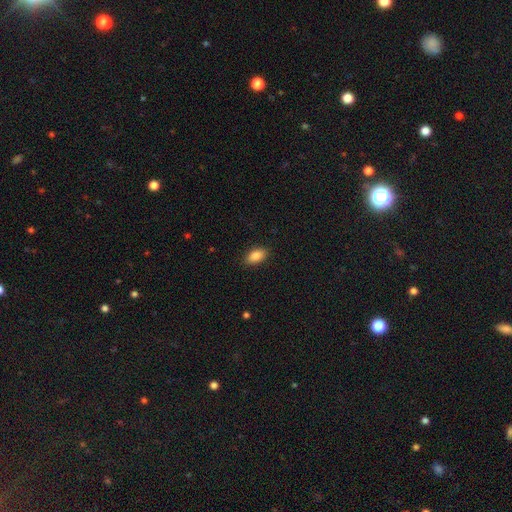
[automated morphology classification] A smooth galaxy with no disk features (88%) that is in between round and cigar-shaped (92%).

Vote fractions:
- Smooth or featured? smooth: 88% / star or artifact: 7% / featured or disk: 5%
- How rounded? in between: 92% / round: 4% / cigar-shaped: 4%
- Merging? none: 88% / minor disturbance: 9% / major disturbance: 2% / merger: 1%